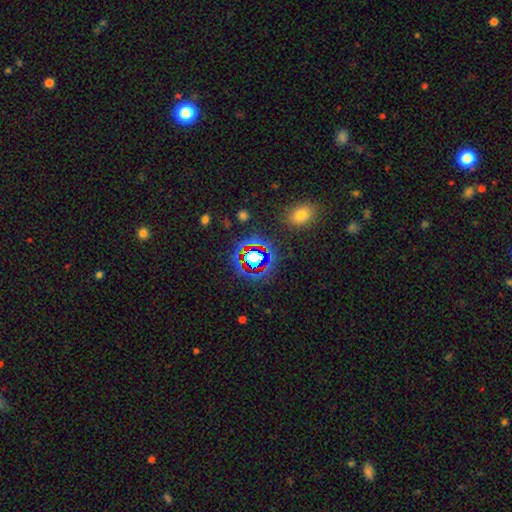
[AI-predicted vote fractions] The model was most divided on "smooth or featured": star or artifact: 64%, smooth: 24%, featured or disk: 12%.